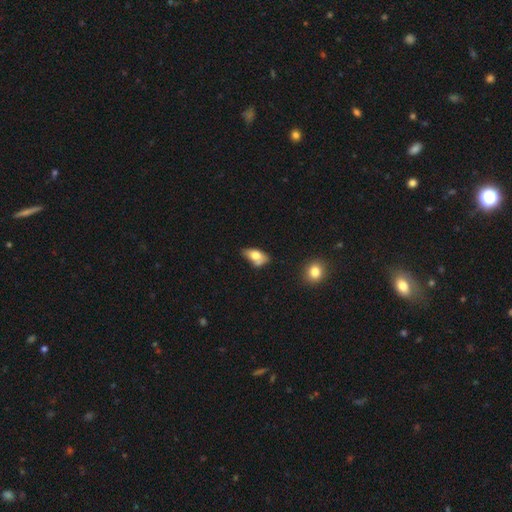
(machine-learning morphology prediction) The model was most divided on "merging": none: 44%, minor disturbance: 28%, merger: 19%, major disturbance: 9%. More confident: how rounded — in between (88%); smooth or featured — smooth (71%).